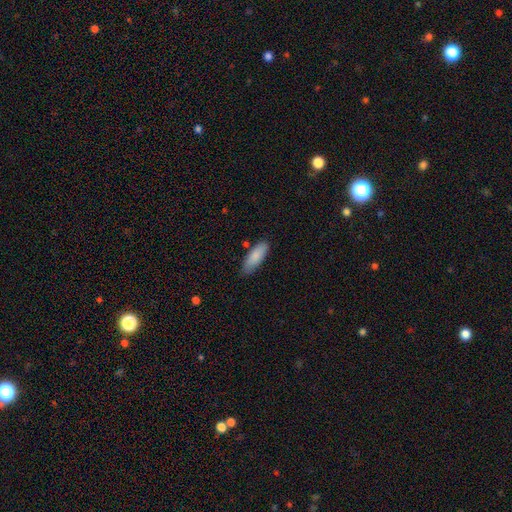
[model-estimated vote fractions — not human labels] Overall: smooth (86%). How rounded: in between (64%; cigar-shaped 34%). Merging: none (80%).